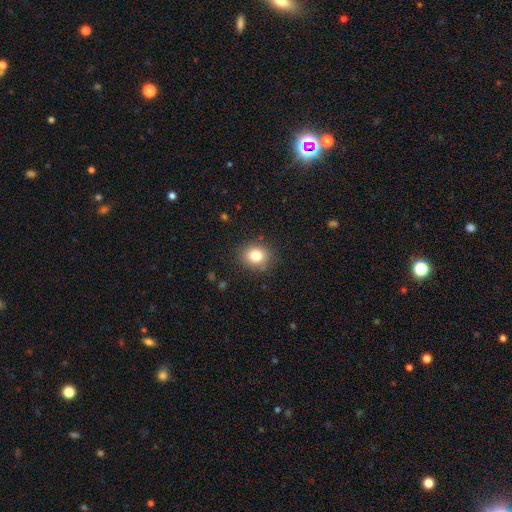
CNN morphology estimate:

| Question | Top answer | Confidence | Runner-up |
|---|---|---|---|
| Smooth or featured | smooth | 81% | star or artifact (11%) |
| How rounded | round | 68% | in between (31%) |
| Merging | none | 86% | minor disturbance (10%) |